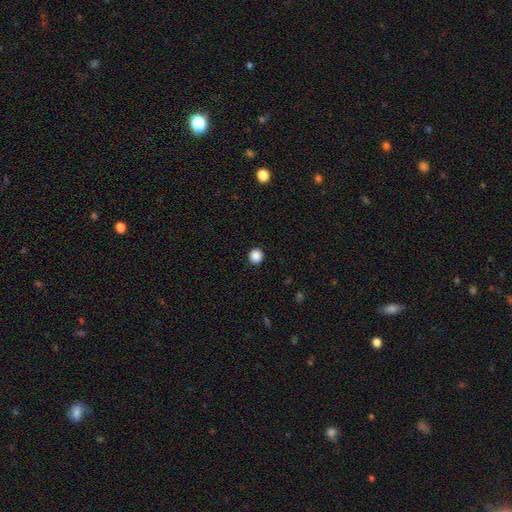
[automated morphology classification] type=smooth (88%); roundness=round (92%); merging=none (93%).